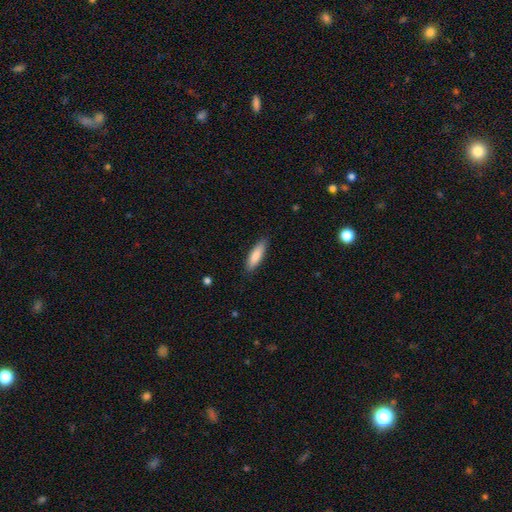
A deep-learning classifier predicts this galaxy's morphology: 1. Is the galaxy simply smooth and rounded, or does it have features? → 83% smooth, 11% featured or disk, 6% star or artifact.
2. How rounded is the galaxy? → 61% cigar-shaped, 37% in between, 1% round.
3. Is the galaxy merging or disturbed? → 87% none, 10% minor disturbance, 2% major disturbance, 1% merger.